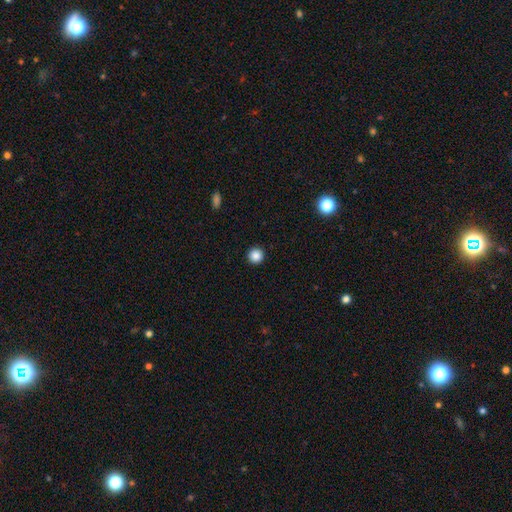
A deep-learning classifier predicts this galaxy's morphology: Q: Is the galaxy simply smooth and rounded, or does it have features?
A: smooth — 86%.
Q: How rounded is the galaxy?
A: round — 96%.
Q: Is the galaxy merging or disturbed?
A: none — 94%.